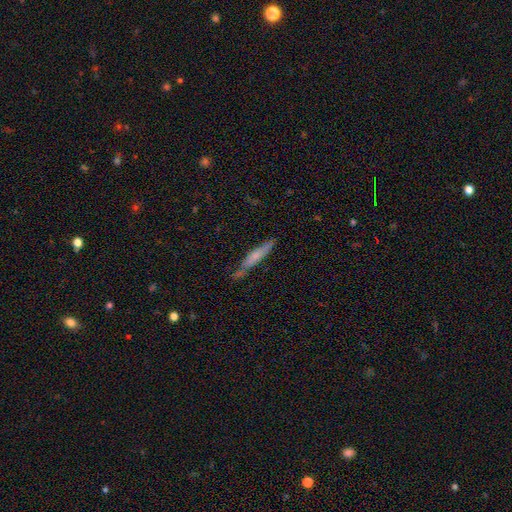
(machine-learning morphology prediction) A smooth galaxy with no disk features (61%) that is cigar-shaped (90%).

Vote fractions:
- Smooth or featured? smooth: 61% / featured or disk: 32% / star or artifact: 6%
- How rounded? cigar-shaped: 90% / in between: 8% / round: 1%
- Merging? none: 67% / minor disturbance: 22% / merger: 6% / major disturbance: 5%